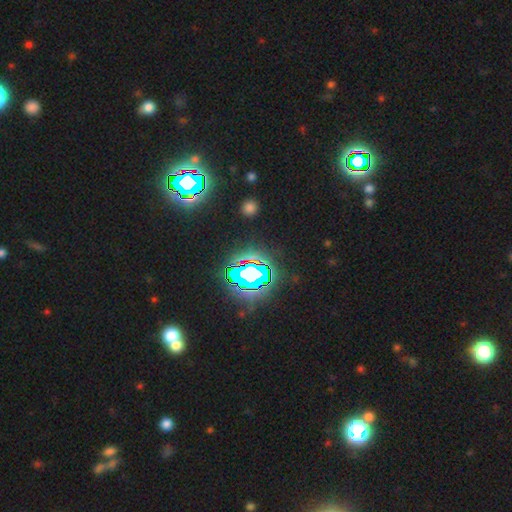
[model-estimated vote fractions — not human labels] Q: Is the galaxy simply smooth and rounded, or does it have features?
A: star or artifact — 84%.